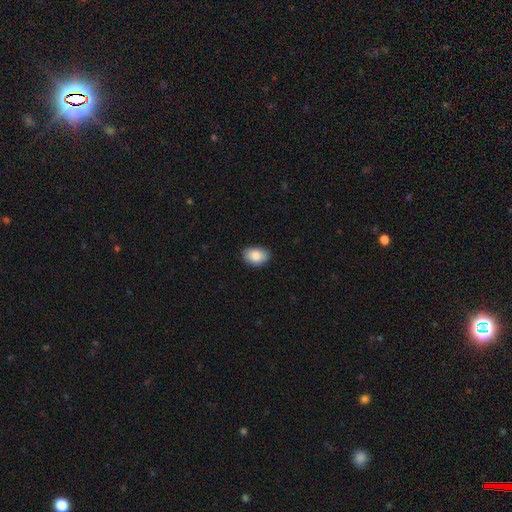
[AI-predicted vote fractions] A smooth galaxy with no disk features (87%) that is in between round and cigar-shaped (84%). Merging: none (84%).